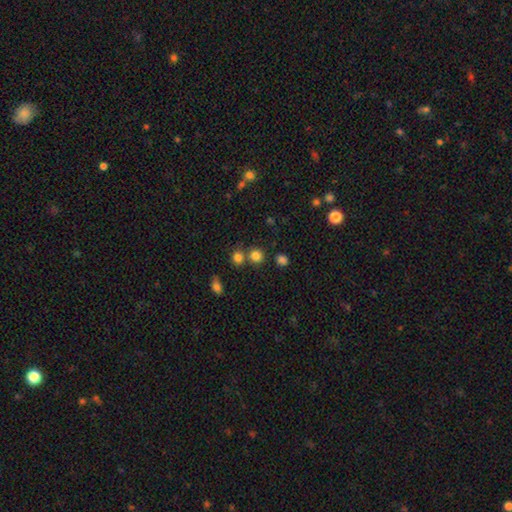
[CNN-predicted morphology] Q: Smooth or featured?
A: smooth (80%); runner-up: star or artifact (15%)
Q: How rounded?
A: round (87%); runner-up: in between (12%)
Q: Merging?
A: none (68%); runner-up: merger (21%)